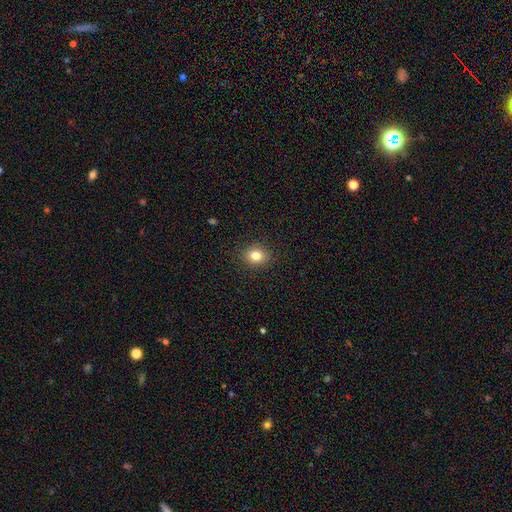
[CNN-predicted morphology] This appears to be a smooth galaxy with no disk features (81%) that is round (68%). Merging: none (90%).